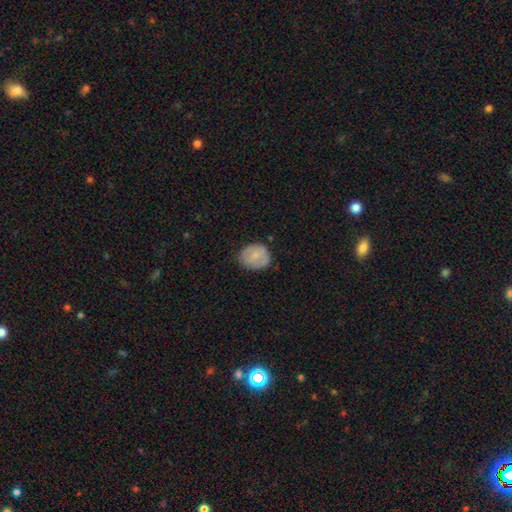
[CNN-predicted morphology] smooth_or_featured: smooth (p=0.73) [alt: featured or disk p=0.21]
how_rounded: round (p=0.69) [alt: in between p=0.30]
merging: none (p=0.74) [alt: minor disturbance p=0.20]